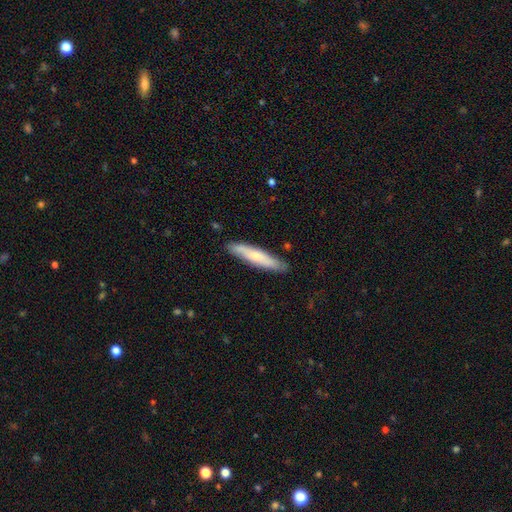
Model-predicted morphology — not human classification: A smooth galaxy with no disk features (61%) that is cigar-shaped (89%). Merging: none (86%).